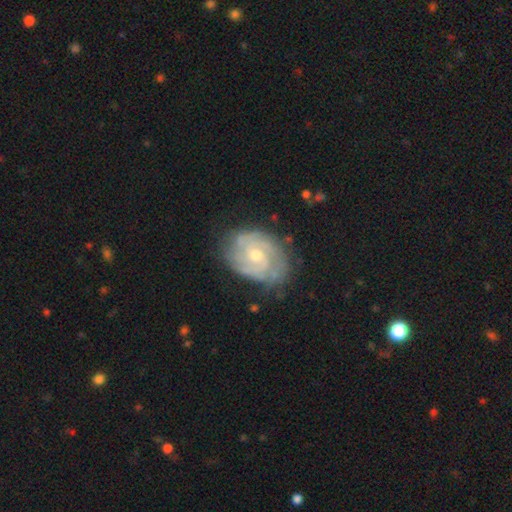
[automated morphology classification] featured or disk 85%, smooth 10%, star or artifact 5%. Down the decision tree: edge-on disk — no (97%); bar — no (65%); spiral arms — yes (94%); spiral arm count — 2 (41%); spiral winding — tight (65%); bulge size — moderate (54%); merging — none (71%).